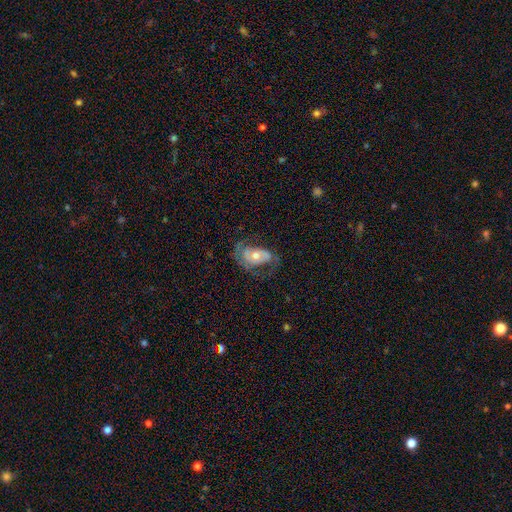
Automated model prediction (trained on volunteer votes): This appears to be a featured or disk galaxy (63%) with no bar (72%), spiral arms (67%) and a moderate central bulge (65%). Merging: none (49%).